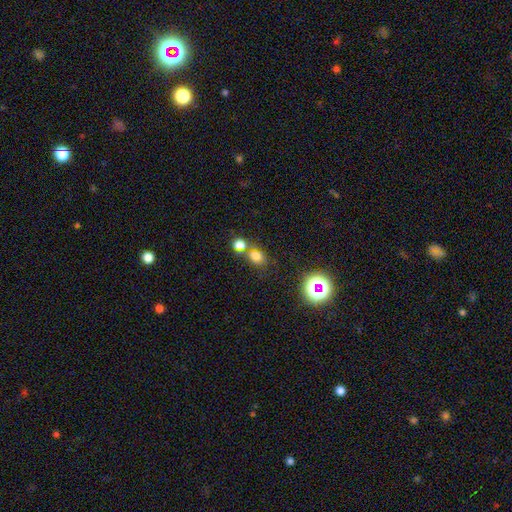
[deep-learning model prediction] A smooth galaxy with no disk features (68%) that is round (50%).

Vote fractions:
- Smooth or featured? smooth: 68% / star or artifact: 23% / featured or disk: 8%
- How rounded? round: 50% / in between: 48% / cigar-shaped: 2%
- Merging? none: 58% / merger: 26% / minor disturbance: 11% / major disturbance: 5%